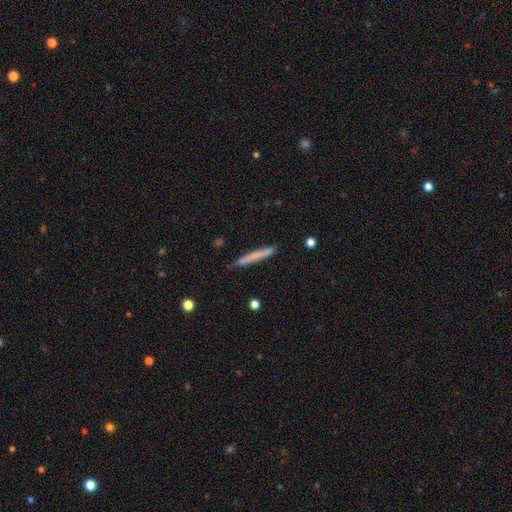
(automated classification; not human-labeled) This appears to be a smooth galaxy with no disk features (66%) that is cigar-shaped (96%). Merging: none (83%).